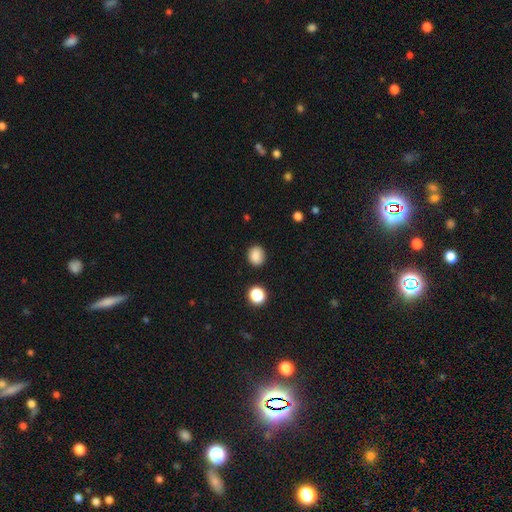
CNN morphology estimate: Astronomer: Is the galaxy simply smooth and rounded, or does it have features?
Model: smooth — 85%.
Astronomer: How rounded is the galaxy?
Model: round — 68%.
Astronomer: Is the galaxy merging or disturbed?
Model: none — 86%.